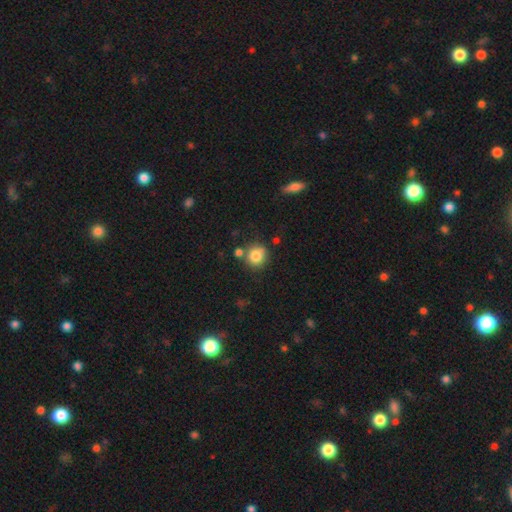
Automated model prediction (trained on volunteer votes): Morphology: type=smooth (82%); roundness=round (85%); merging=none (70%).